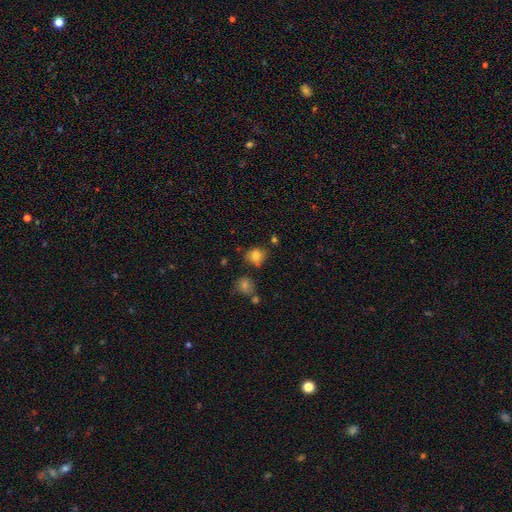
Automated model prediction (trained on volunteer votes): Smooth or featured? Predicted: smooth (p=0.81). How rounded? Predicted: round (p=0.70). Merging? Predicted: none (p=0.73).